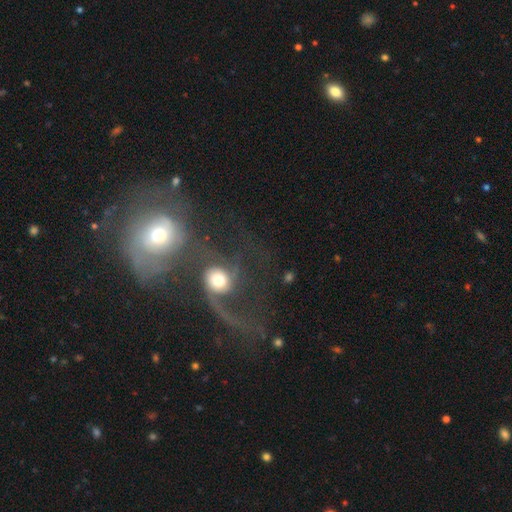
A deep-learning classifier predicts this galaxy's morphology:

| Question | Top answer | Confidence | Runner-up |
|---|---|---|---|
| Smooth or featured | featured or disk | 57% | smooth (29%) |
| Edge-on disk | no | 95% | yes (5%) |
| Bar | no | 67% | weak (24%) |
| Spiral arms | yes | 67% | no (33%) |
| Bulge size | moderate | 58% | small (23%) |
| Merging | merger | 63% | none (15%) |